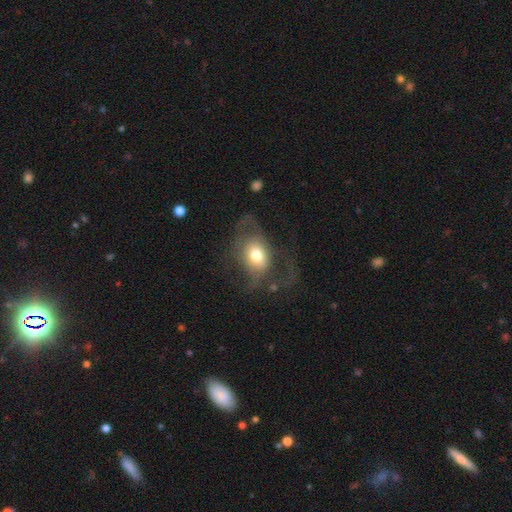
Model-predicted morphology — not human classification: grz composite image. It shows a smooth galaxy with no disk features (53%) that is in between round and cigar-shaped (61%). Merging: major disturbance (48%).